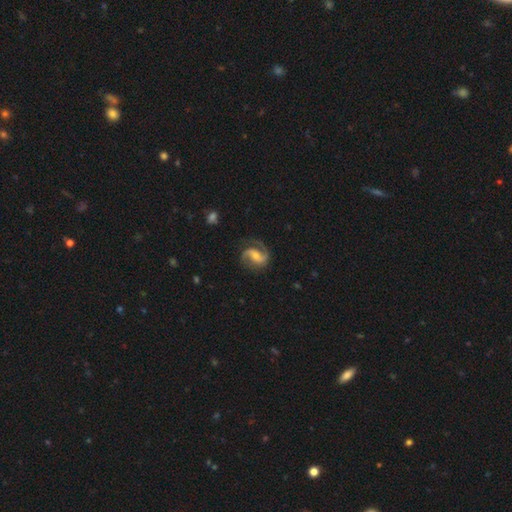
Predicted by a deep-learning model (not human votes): featured or disk 89%, smooth 6%, star or artifact 5%. Down the decision tree: edge-on disk — no (98%); bar — weak (42%); spiral arms — yes (98%); spiral arm count — 2 (90%); spiral winding — medium (55%); bulge size — moderate (48%); merging — none (76%).